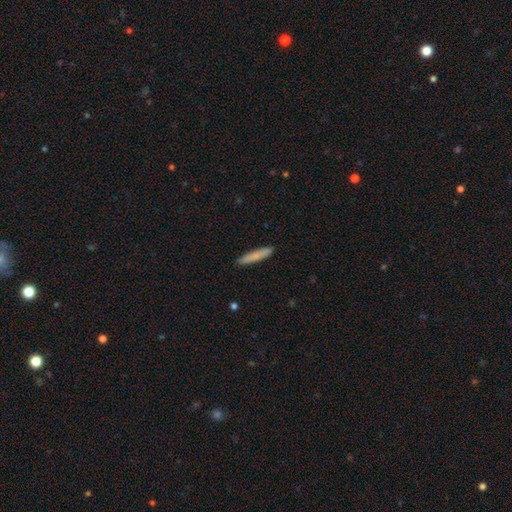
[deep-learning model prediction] smooth_or_featured: smooth (p=0.80) [alt: featured or disk p=0.14]
how_rounded: cigar-shaped (p=0.92) [alt: in between p=0.07]
merging: none (p=0.90) [alt: minor disturbance p=0.08]